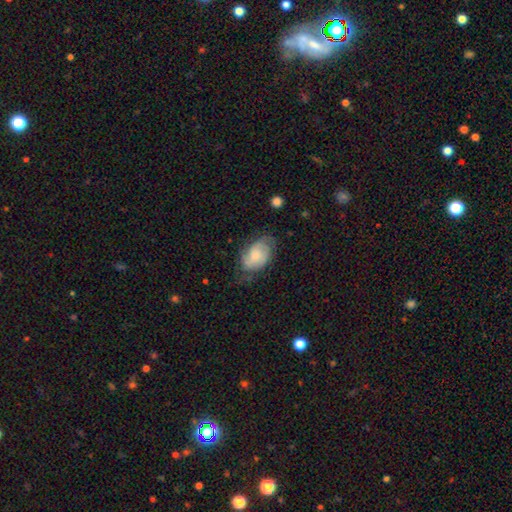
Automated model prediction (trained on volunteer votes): Q: Smooth or featured?
A: featured or disk (57%); runner-up: smooth (36%)
Q: Edge-on disk?
A: no (97%); runner-up: yes (3%)
Q: Bar?
A: no (70%); runner-up: weak (26%)
Q: Spiral arms?
A: yes (88%); runner-up: no (12%)
Q: Bulge size?
A: small (39%); runner-up: moderate (36%)
Q: Merging?
A: none (55%); runner-up: minor disturbance (29%)